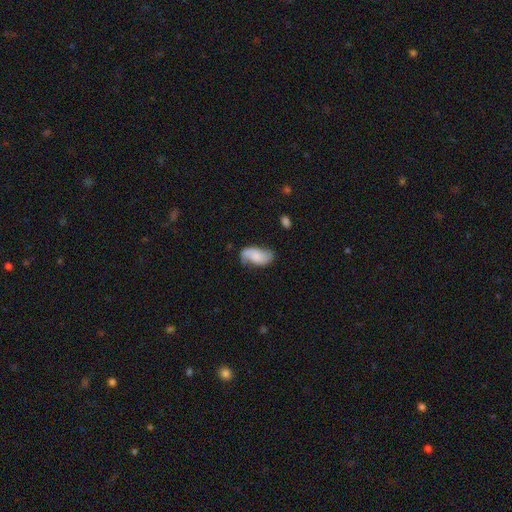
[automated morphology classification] Overall: smooth (57%; featured or disk 35%). How rounded: in between (93%). Merging: none (52%; minor disturbance 31%).